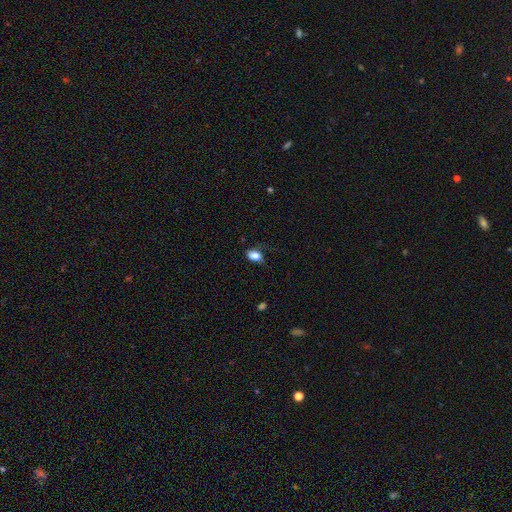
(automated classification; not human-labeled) smooth_or_featured: smooth (p=0.83) [alt: star or artifact p=0.09]
how_rounded: in between (p=0.87) [alt: round p=0.10]
merging: none (p=0.58) [alt: minor disturbance p=0.28]